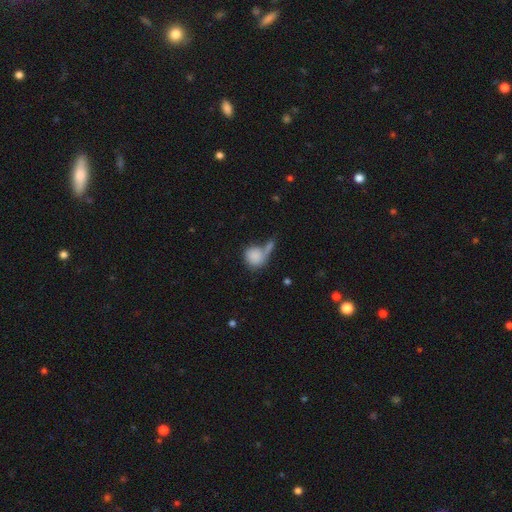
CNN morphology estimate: type=smooth (82%); roundness=round (78%); merging=merger (35%).